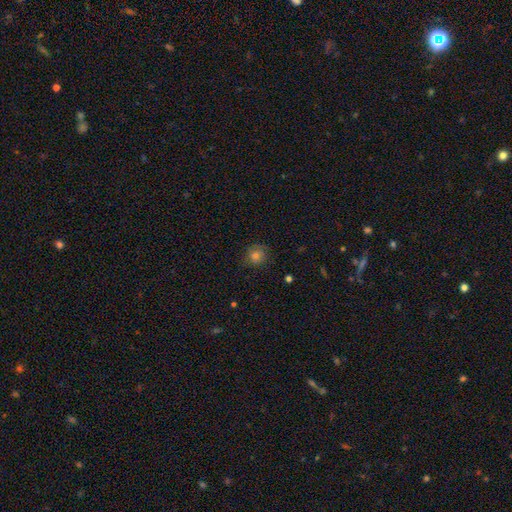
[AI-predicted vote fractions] A smooth galaxy with no disk features (68%) that is round (85%). Merging: none (78%).